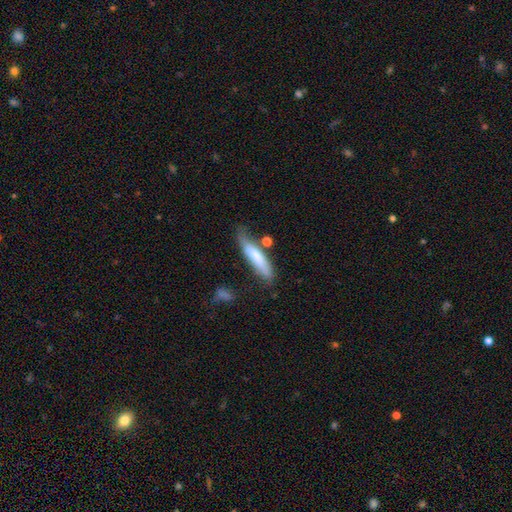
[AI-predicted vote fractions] smooth 65%, featured or disk 29%, star or artifact 6%. Down the decision tree: how rounded — cigar-shaped (79%); merging — none (57%).